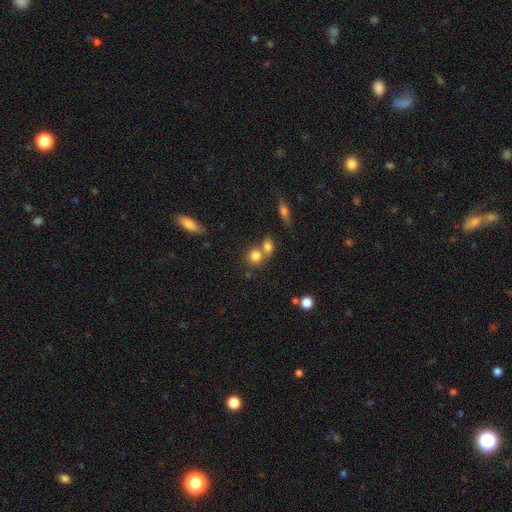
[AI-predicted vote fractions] Smooth or featured?
  - smooth: 80% *
  - star or artifact: 11%
  - featured or disk: 9%
How rounded?
  - round: 79% *
  - in between: 20%
  - cigar-shaped: 2%
Merging?
  - none: 46% *
  - merger: 43%
  - minor disturbance: 8%
  - major disturbance: 3%